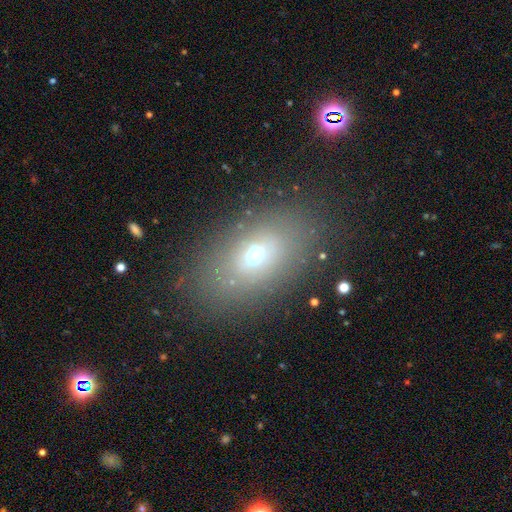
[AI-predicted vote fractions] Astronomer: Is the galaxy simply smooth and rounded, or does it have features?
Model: smooth — 63%.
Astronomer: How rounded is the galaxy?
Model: in between — 81%.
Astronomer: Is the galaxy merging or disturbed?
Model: none — 79%.